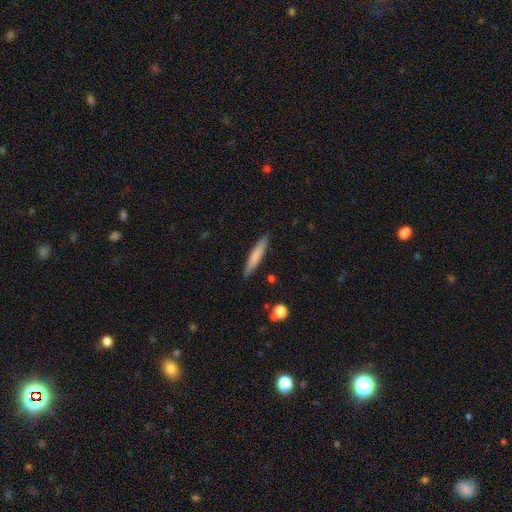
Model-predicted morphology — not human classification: Q: Smooth or featured?
A: smooth (75%); runner-up: featured or disk (20%)
Q: How rounded?
A: cigar-shaped (90%); runner-up: in between (9%)
Q: Merging?
A: none (88%); runner-up: minor disturbance (9%)